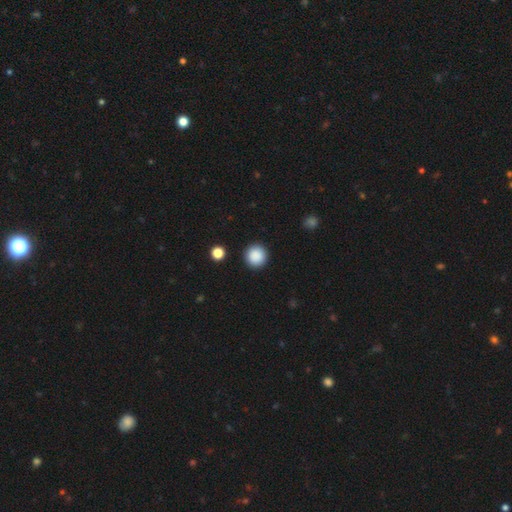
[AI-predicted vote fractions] Overall: smooth (89%). How rounded: round (95%). Merging: none (92%).